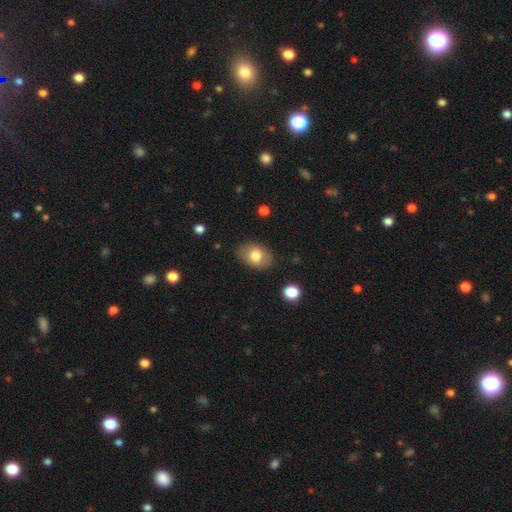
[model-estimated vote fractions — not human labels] Smooth or featured? smooth (77%)
How rounded? in between (76%)
Merging? none (82%)